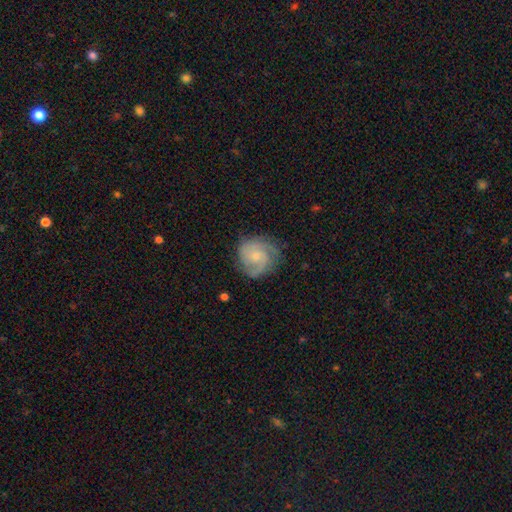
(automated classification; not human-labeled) Smooth or featured: featured or disk — 77% (smooth — 17%)
Edge-on disk: no — 98% (yes — 2%)
Bar: no — 68% (weak — 28%)
Spiral arms: yes — 96% (no — 4%)
Spiral winding: tight — 51% (medium — 39%)
Spiral arm count: 2 — 35% (3 — 33%)
Bulge size: small — 62% (moderate — 28%)
Merging: none — 76% (minor disturbance — 17%)